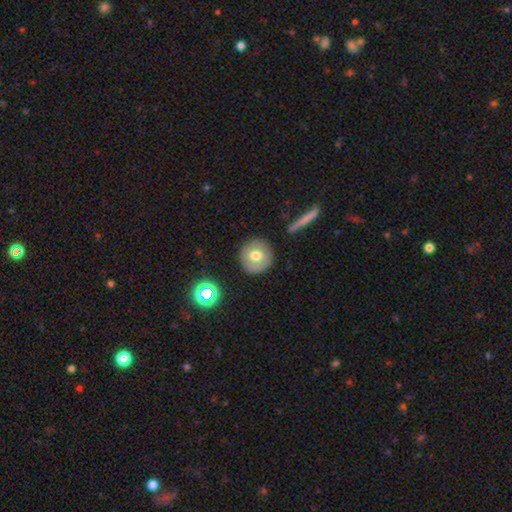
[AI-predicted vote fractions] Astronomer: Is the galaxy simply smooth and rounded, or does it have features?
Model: smooth — 63%.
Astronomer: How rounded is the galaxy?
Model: round — 93%.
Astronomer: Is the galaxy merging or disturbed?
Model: none — 86%.